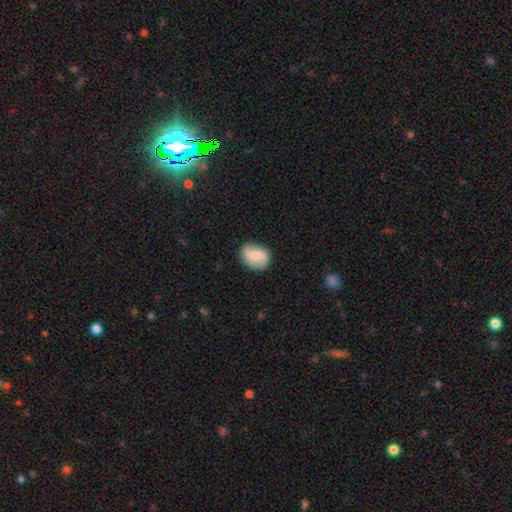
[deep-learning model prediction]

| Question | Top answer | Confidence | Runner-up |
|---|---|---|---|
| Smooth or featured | smooth | 57% | featured or disk (36%) |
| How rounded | in between | 67% | round (32%) |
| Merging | none | 80% | minor disturbance (15%) |